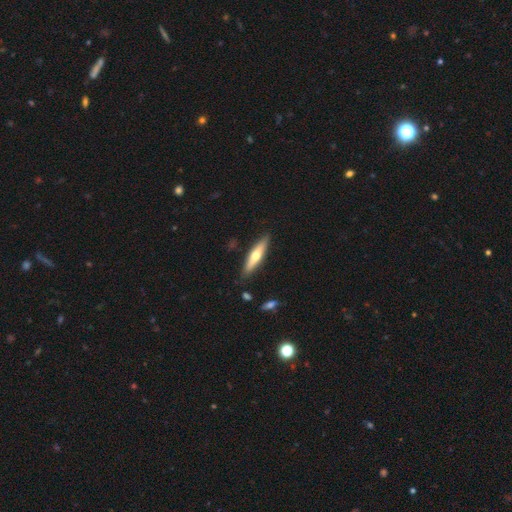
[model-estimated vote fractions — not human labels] The model was most divided on "smooth or featured": featured or disk: 48%, smooth: 47%, star or artifact: 5%. More confident: merging — none (87%).